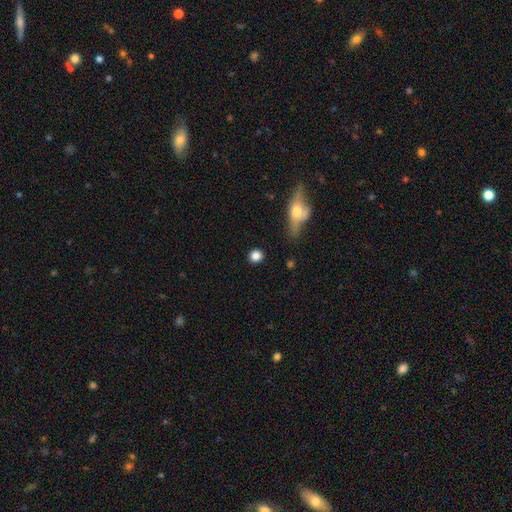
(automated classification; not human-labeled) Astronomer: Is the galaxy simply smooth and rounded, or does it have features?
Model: smooth — 84%.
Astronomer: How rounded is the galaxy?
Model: round — 85%.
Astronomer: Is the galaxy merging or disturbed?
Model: none — 87%.